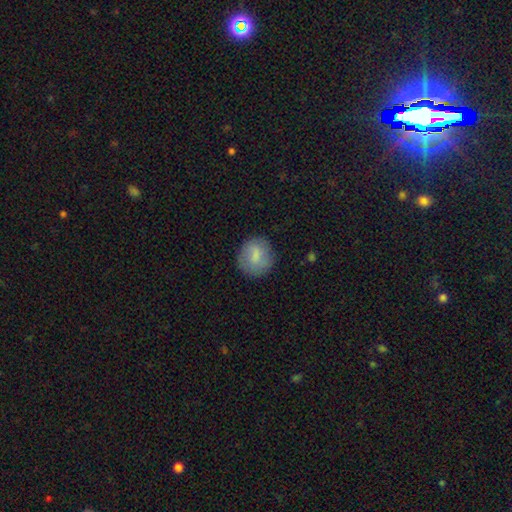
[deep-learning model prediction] Overall: smooth (76%). How rounded: round (78%). Merging: none (79%).